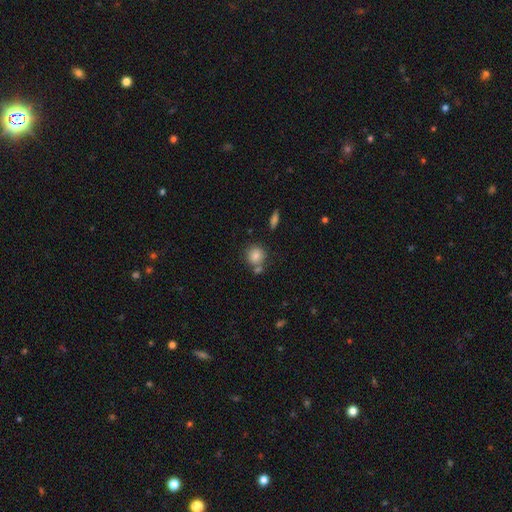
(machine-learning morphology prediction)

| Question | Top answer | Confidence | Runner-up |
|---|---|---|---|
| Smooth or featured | smooth | 83% | star or artifact (9%) |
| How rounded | round | 85% | in between (14%) |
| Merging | none | 63% | merger (21%) |